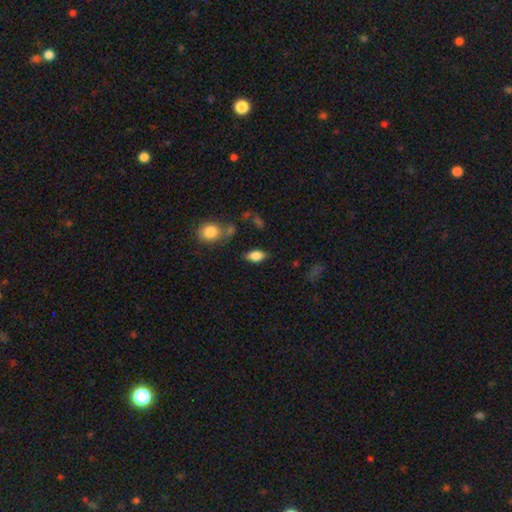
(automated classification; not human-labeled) smooth_or_featured: smooth (p=0.80) [alt: featured or disk p=0.12]
how_rounded: in between (p=0.88) [alt: round p=0.06]
merging: none (p=0.80) [alt: minor disturbance p=0.13]